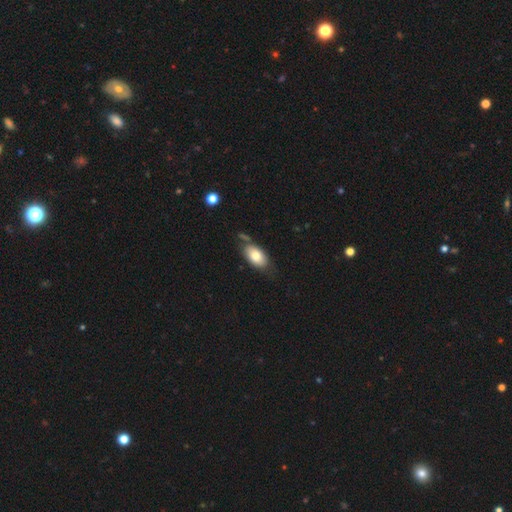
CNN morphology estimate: This appears to be a smooth galaxy with no disk features (78%) that is in between round and cigar-shaped (92%). Merging: none (62%).